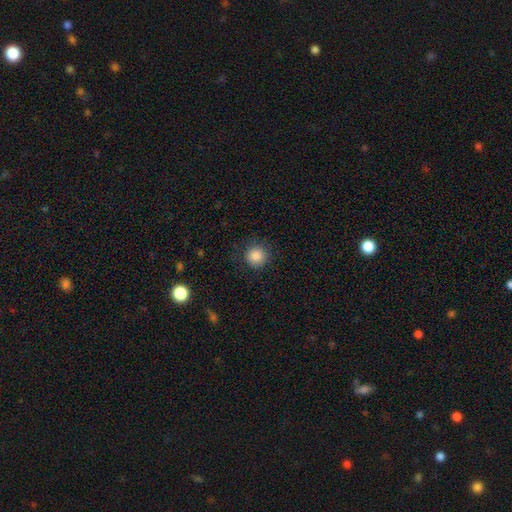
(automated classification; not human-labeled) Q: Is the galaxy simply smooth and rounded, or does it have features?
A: smooth — 86%.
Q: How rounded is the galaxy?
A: round — 94%.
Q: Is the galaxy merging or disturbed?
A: none — 87%.